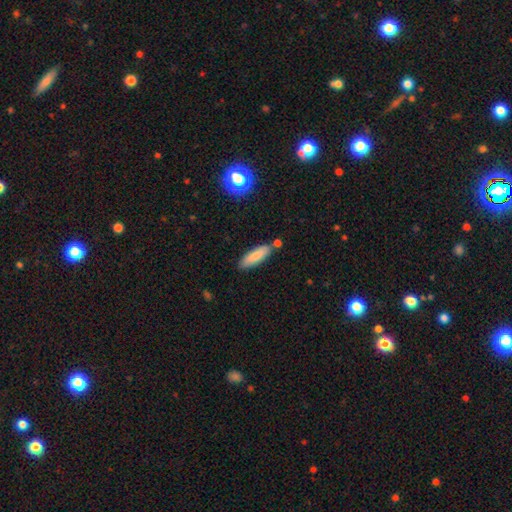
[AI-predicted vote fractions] Smooth or featured? Predicted: smooth (p=0.81). How rounded? Predicted: cigar-shaped (p=0.54). Merging? Predicted: none (p=0.75).